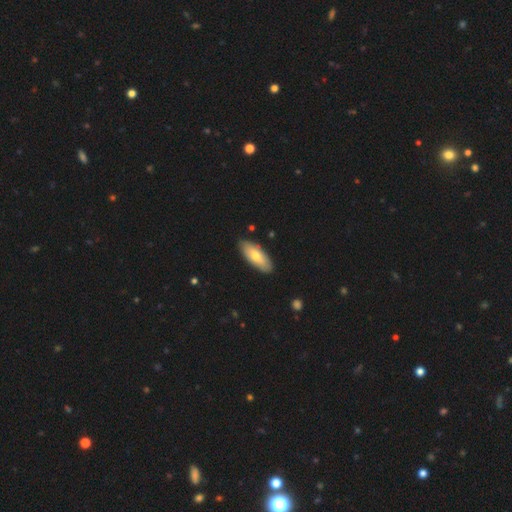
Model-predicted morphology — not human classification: smooth-or-featured: smooth: 67% | featured or disk: 27% | star or artifact: 6%
  how-rounded: in between: 79% | cigar-shaped: 19% | round: 2%
  merging: none: 88% | minor disturbance: 10% | major disturbance: 2% | merger: 1%